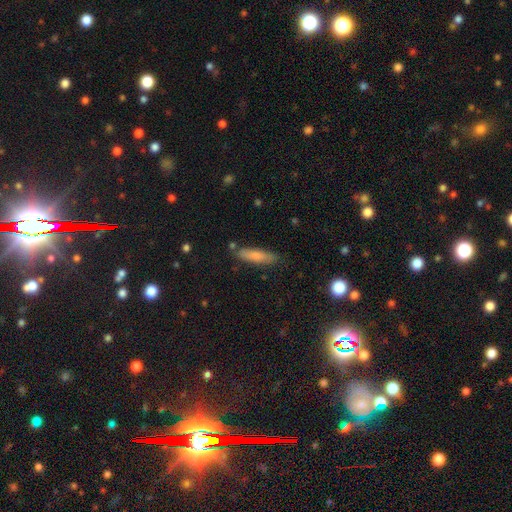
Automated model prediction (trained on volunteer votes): This appears to be a smooth galaxy with no disk features (75%) that is cigar-shaped (74%). Merging: none (79%).